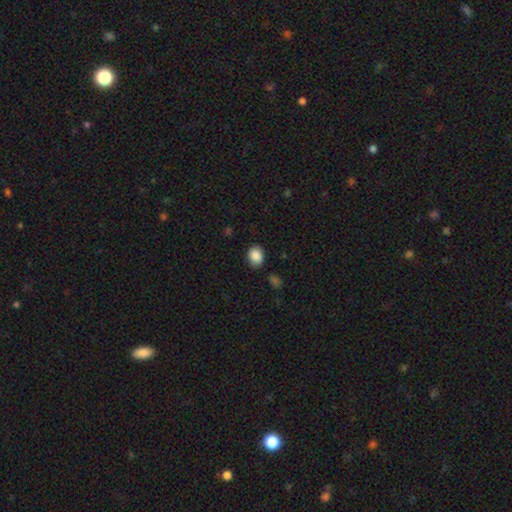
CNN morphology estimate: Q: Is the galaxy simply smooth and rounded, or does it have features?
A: smooth — 87%.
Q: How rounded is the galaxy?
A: in between — 58%.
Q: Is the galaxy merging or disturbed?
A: none — 79%.